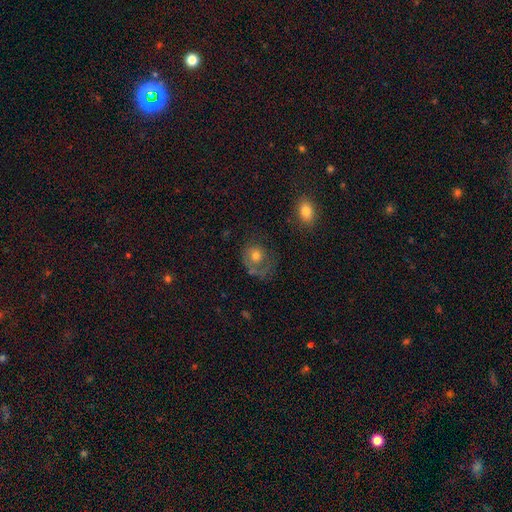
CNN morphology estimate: Overall: smooth (49%; featured or disk 40%). Merging: none (45%; major disturbance 31%).